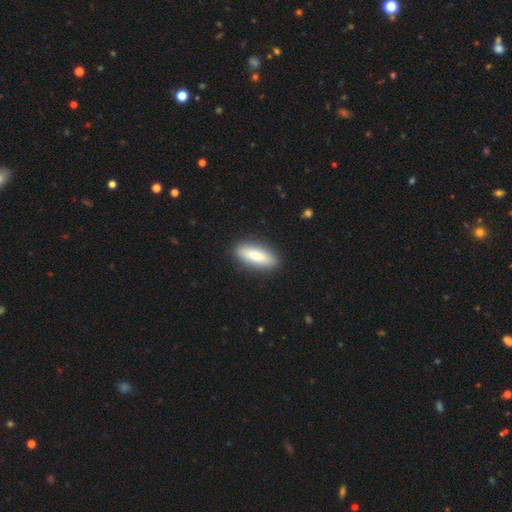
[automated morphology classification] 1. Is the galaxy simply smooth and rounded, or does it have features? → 77% smooth, 17% featured or disk, 6% star or artifact.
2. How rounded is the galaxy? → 61% in between, 37% cigar-shaped, 2% round.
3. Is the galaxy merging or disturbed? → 89% none, 8% minor disturbance, 2% major disturbance, 1% merger.